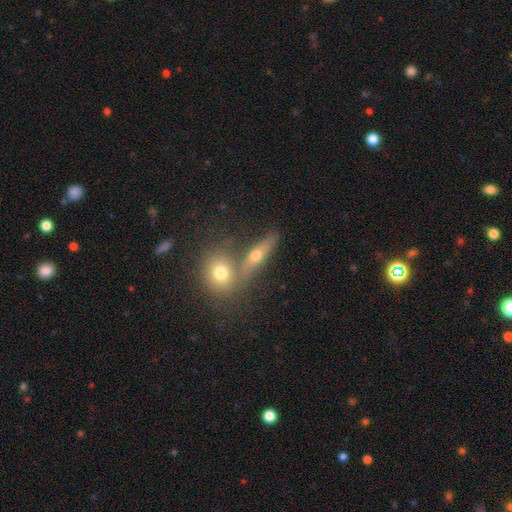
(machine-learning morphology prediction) This is possibly a featured or disk galaxy (46%). Merging: likely none (60%).